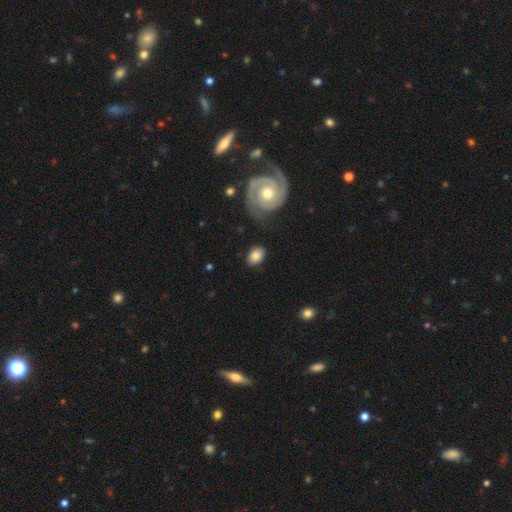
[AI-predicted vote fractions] Smooth or featured?
  - smooth: 78% *
  - featured or disk: 15%
  - star or artifact: 7%
How rounded?
  - in between: 69% *
  - round: 29%
  - cigar-shaped: 1%
Merging?
  - none: 78% *
  - minor disturbance: 14%
  - major disturbance: 5%
  - merger: 3%